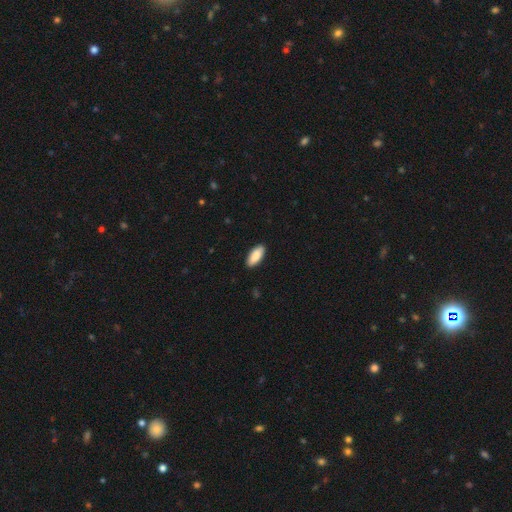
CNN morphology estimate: A smooth galaxy with no disk features (89%) that is in between round and cigar-shaped (81%). Merging: none (89%).